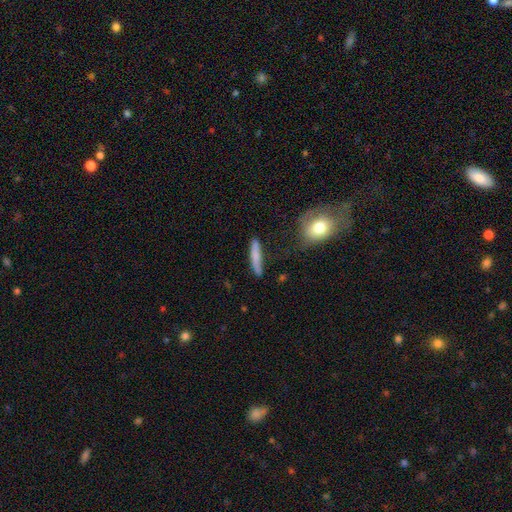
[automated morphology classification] Q: Smooth or featured?
A: smooth (73%); runner-up: featured or disk (21%)
Q: How rounded?
A: cigar-shaped (90%); runner-up: in between (7%)
Q: Merging?
A: none (76%); runner-up: minor disturbance (16%)